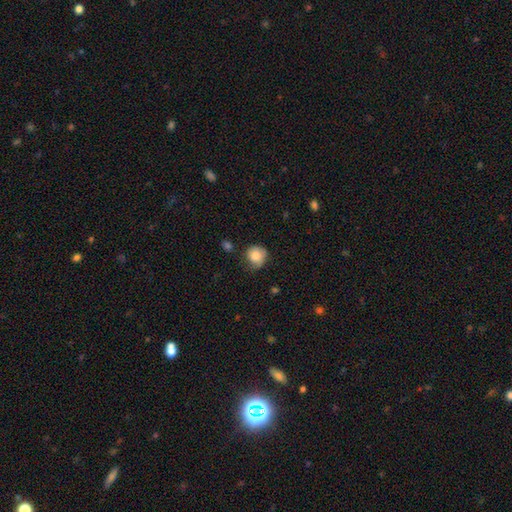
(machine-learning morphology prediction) A smooth galaxy with no disk features (80%) that is round (82%).

Vote fractions:
- Smooth or featured? smooth: 80% / featured or disk: 12% / star or artifact: 8%
- How rounded? round: 82% / in between: 17% / cigar-shaped: 1%
- Merging? none: 55% / minor disturbance: 32% / major disturbance: 11% / merger: 3%